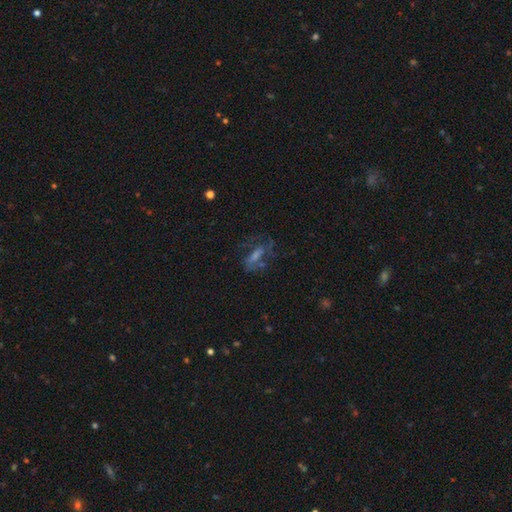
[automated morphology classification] Smooth or featured? featured or disk (50%)
Merging? none (55%)